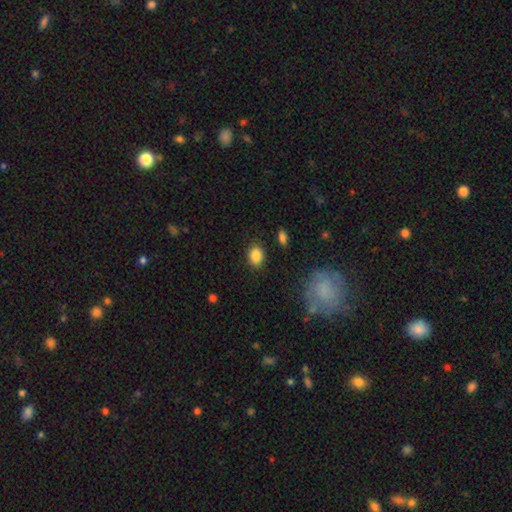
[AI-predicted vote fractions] smooth 86%, star or artifact 9%, featured or disk 5%. Down the decision tree: how rounded — in between (62%); merging — none (85%).